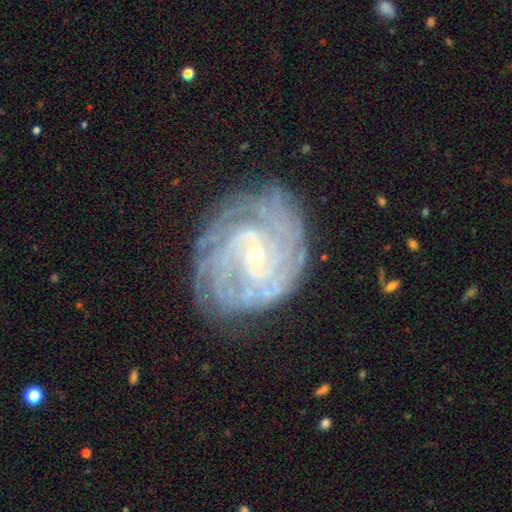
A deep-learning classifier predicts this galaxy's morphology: A featured or disk galaxy (89%) with no bar (52%), tight (76%) spiral arms (97%) and a small central bulge (70%).

Vote fractions:
- Smooth or featured? featured or disk: 89% / star or artifact: 6% / smooth: 5%
- Edge-on disk? no: 97% / yes: 3%
- Bar? no: 52% / weak: 36% / strong: 12%
- Spiral arms? yes: 97% / no: 3%
- Spiral winding? tight: 76% / medium: 20% / loose: 4%
- Spiral arm count? can't tell: 27% / 4: 21% / 3: 16% / more than 4: 15% / 2: 14% / 1: 7%
- Bulge size? small: 70% / moderate: 27% / large: 1% / none: 1% / dominant: 1%
- Merging? none: 76% / minor disturbance: 16% / major disturbance: 6% / merger: 1%